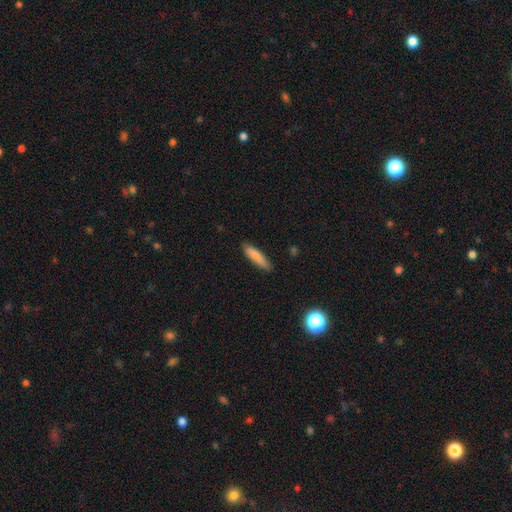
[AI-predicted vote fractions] This appears to be a smooth galaxy with no disk features (84%) that is cigar-shaped (75%). Merging: none (85%).